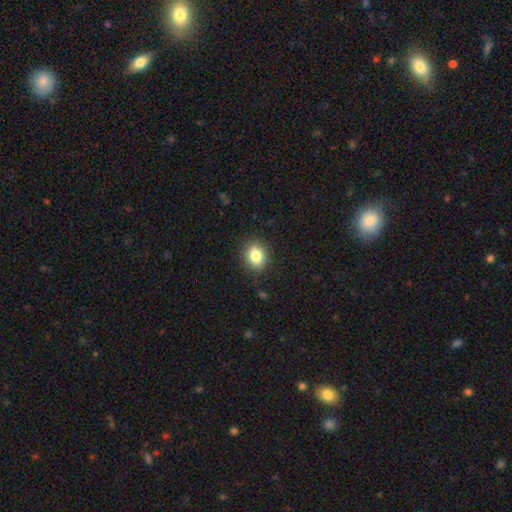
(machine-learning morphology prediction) Q: Smooth or featured?
A: smooth (83%); runner-up: star or artifact (10%)
Q: How rounded?
A: in between (50%); runner-up: round (49%)
Q: Merging?
A: none (88%); runner-up: minor disturbance (9%)